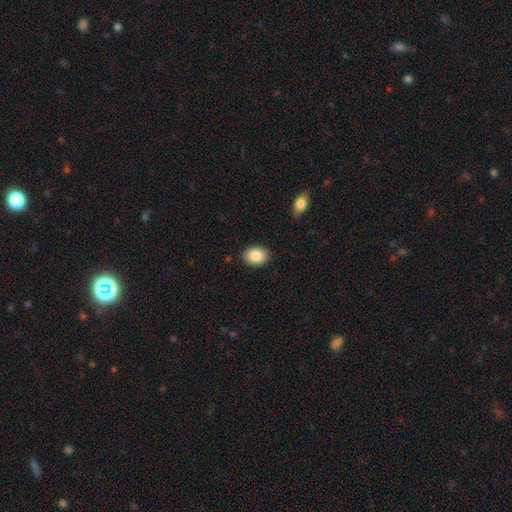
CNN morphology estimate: A smooth galaxy with no disk features (85%) that is in between round and cigar-shaped (65%).

Vote fractions:
- Smooth or featured? smooth: 85% / star or artifact: 8% / featured or disk: 7%
- How rounded? in between: 65% / round: 34% / cigar-shaped: 1%
- Merging? none: 88% / minor disturbance: 9% / major disturbance: 2% / merger: 1%